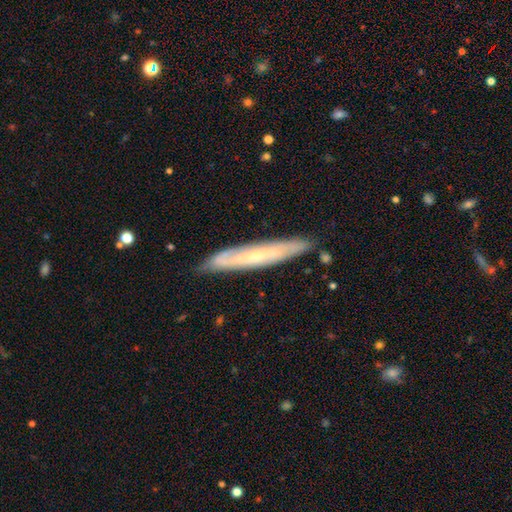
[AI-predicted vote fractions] A featured or disk galaxy (62%) viewed edge-on (66%). Merging: none (84%).